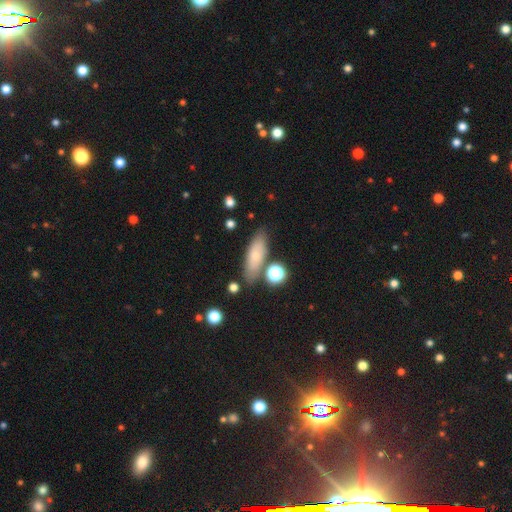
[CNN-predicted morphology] Smooth or featured? smooth (69%)
How rounded? in between (56%)
Merging? none (76%)